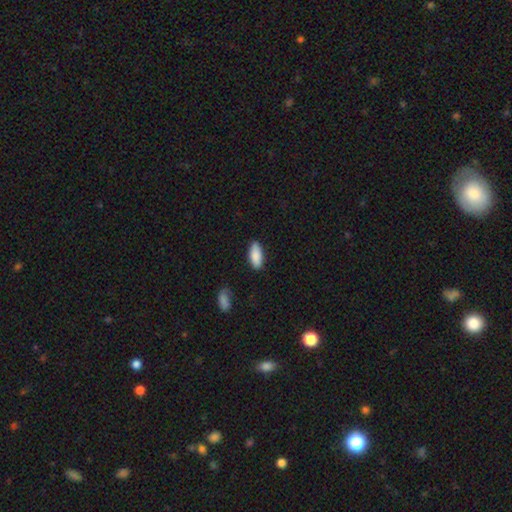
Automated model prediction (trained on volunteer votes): smooth_or_featured: smooth (p=0.88) [alt: featured or disk p=0.06]
how_rounded: in between (p=0.82) [alt: cigar-shaped p=0.16]
merging: none (p=0.86) [alt: minor disturbance p=0.11]